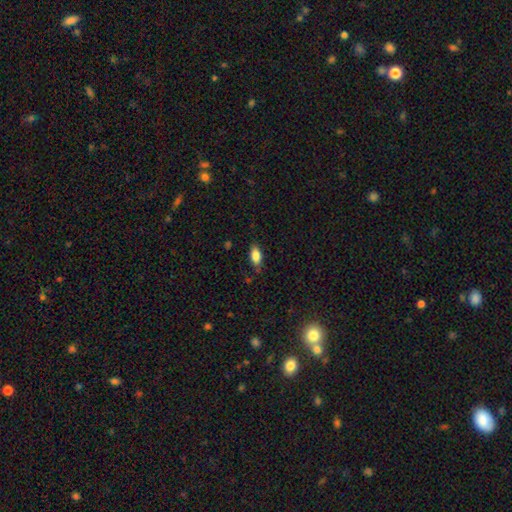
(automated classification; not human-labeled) A smooth galaxy with no disk features (84%) that is in between round and cigar-shaped (89%). Merging: none (79%).